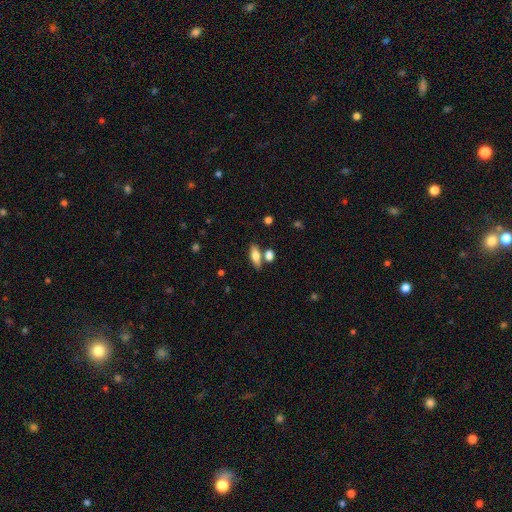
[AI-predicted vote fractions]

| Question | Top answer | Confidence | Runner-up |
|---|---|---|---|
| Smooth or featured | smooth | 72% | featured or disk (21%) |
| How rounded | in between | 69% | cigar-shaped (27%) |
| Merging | none | 68% | merger (18%) |